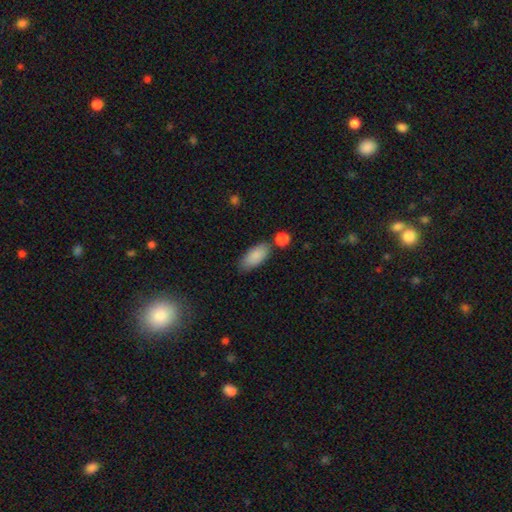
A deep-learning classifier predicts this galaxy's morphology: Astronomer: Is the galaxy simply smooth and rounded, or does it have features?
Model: smooth — 87%.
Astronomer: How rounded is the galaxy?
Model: in between — 87%.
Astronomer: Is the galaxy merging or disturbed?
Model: none — 71%.